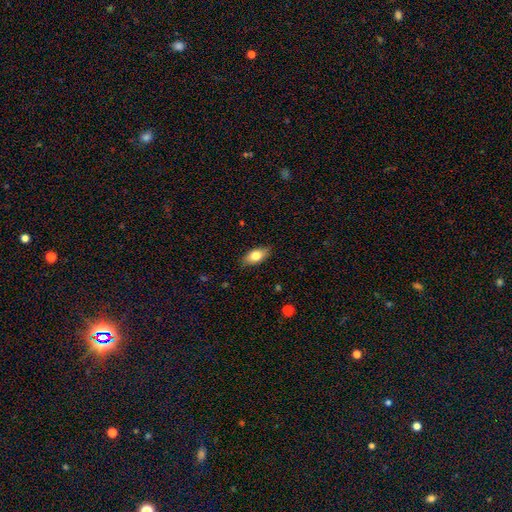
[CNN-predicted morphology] A smooth galaxy with no disk features (78%) that is in between round and cigar-shaped (88%).

Vote fractions:
- Smooth or featured? smooth: 78% / featured or disk: 16% / star or artifact: 7%
- How rounded? in between: 88% / cigar-shaped: 8% / round: 4%
- Merging? none: 86% / minor disturbance: 11% / major disturbance: 2% / merger: 1%